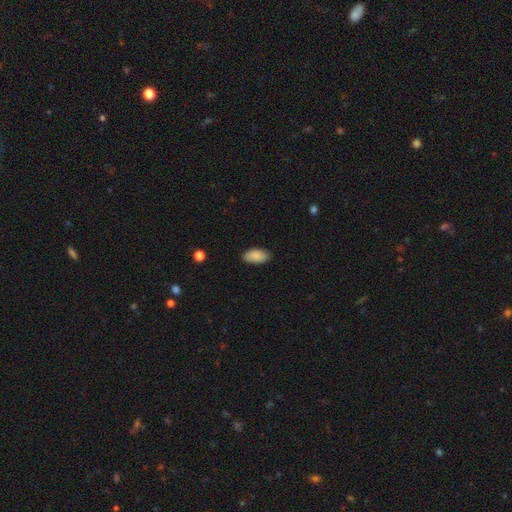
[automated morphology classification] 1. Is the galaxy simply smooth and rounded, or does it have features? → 89% smooth, 6% star or artifact, 5% featured or disk.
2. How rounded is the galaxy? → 94% in between, 3% cigar-shaped, 2% round.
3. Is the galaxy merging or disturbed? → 86% none, 11% minor disturbance, 2% major disturbance, 1% merger.